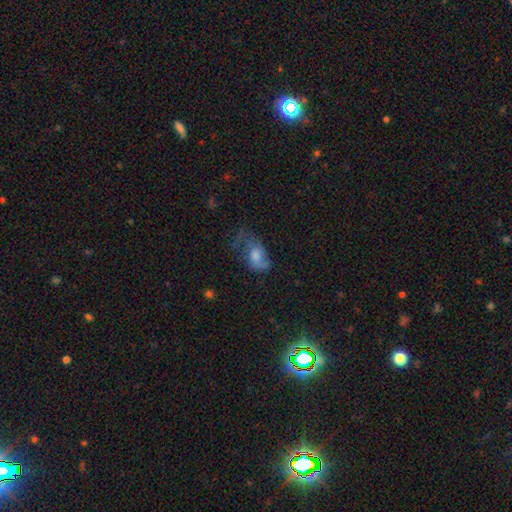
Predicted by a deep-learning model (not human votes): Overall: smooth (49%; featured or disk 39%). Merging: major disturbance (40%; none 31%).